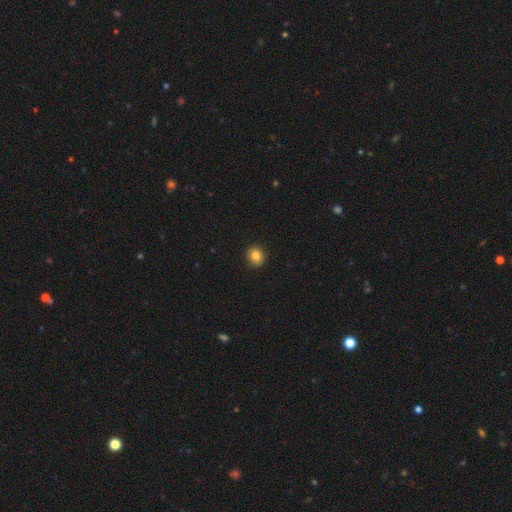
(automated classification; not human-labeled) Q: Smooth or featured?
A: smooth (84%); runner-up: star or artifact (10%)
Q: How rounded?
A: round (83%); runner-up: in between (16%)
Q: Merging?
A: none (92%); runner-up: minor disturbance (6%)